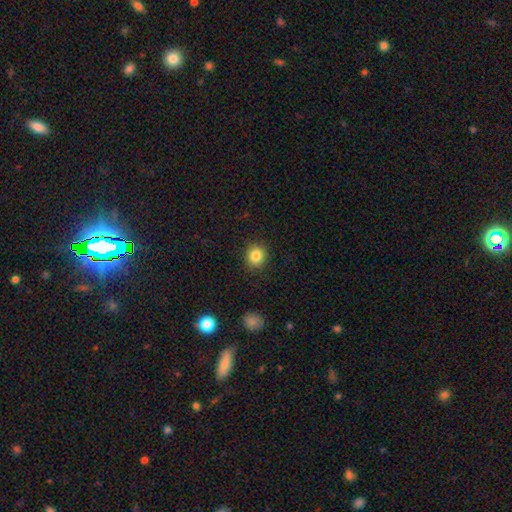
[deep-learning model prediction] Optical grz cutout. It shows a smooth galaxy with no disk features (84%) that is round (84%). Merging: none (90%).